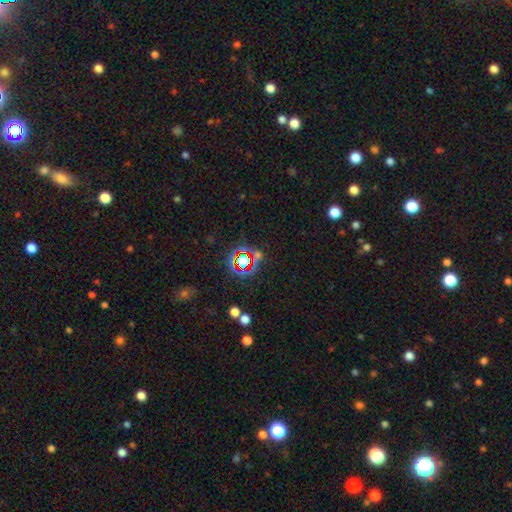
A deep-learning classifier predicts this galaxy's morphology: A star or artifact, not a galaxy (75%).